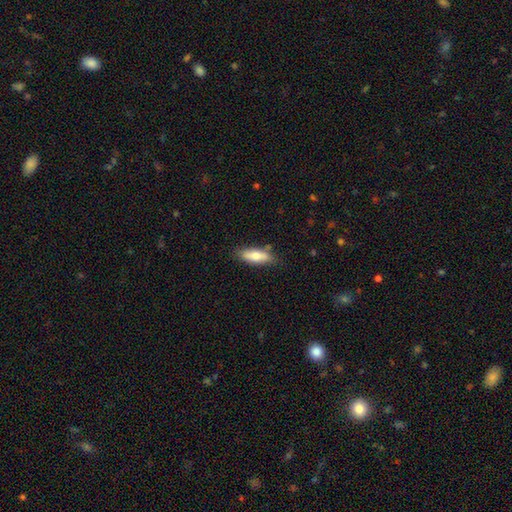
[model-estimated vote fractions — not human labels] The model was most divided on "how rounded": in between: 58%, cigar-shaped: 40%, round: 2%. More confident: merging — none (77%); smooth or featured — smooth (74%).